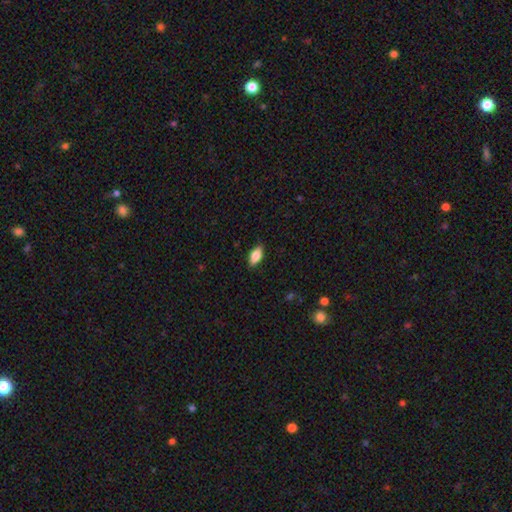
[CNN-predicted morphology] Smooth or featured? Predicted: smooth (p=0.78). How rounded? Predicted: in between (p=0.86). Merging? Predicted: none (p=0.86).